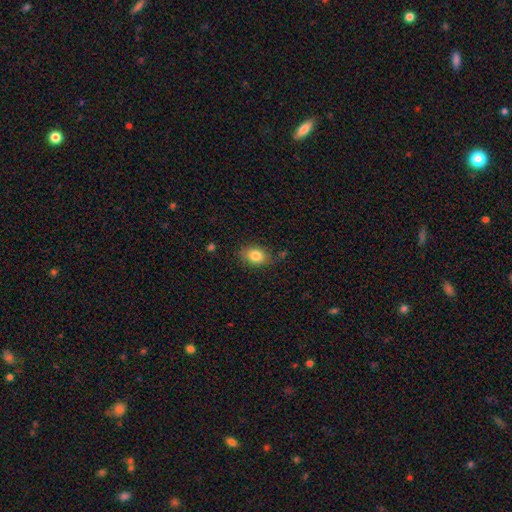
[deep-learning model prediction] smooth_or_featured: smooth (p=0.83) [alt: star or artifact p=0.09]
how_rounded: in between (p=0.77) [alt: round p=0.21]
merging: none (p=0.77) [alt: minor disturbance p=0.17]